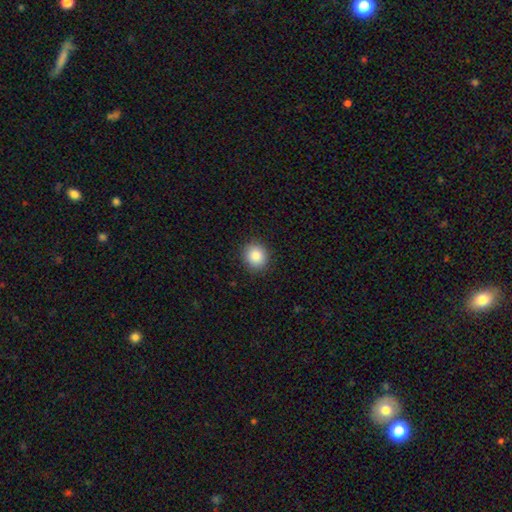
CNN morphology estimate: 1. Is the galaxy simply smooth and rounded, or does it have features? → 85% smooth, 9% star or artifact, 5% featured or disk.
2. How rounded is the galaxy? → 83% round, 16% in between, 1% cigar-shaped.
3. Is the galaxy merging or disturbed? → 91% none, 6% minor disturbance, 2% major disturbance, 1% merger.